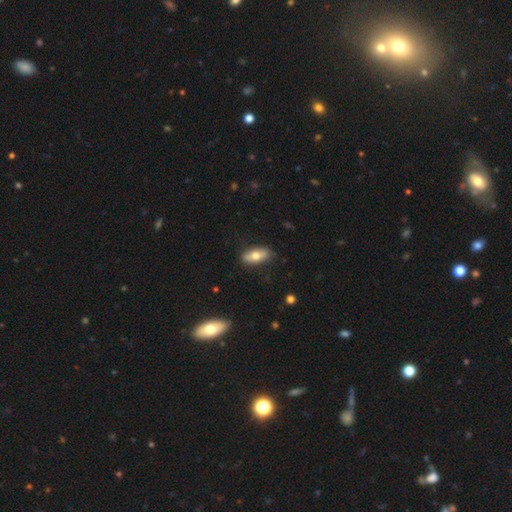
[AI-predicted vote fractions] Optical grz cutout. It shows a smooth galaxy with no disk features (68%) that is in between round and cigar-shaped (82%). Merging: none (84%).